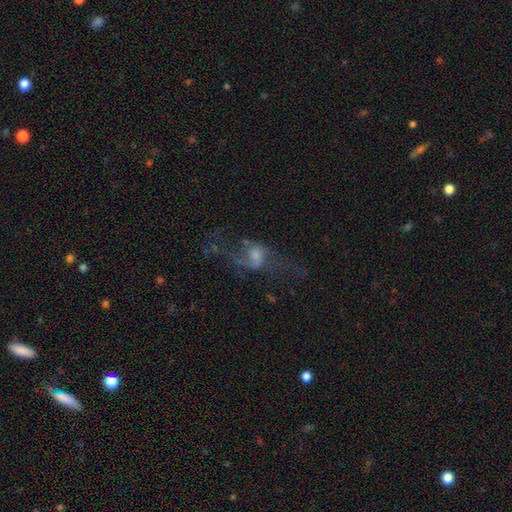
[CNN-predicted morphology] type=featured or disk (62%); edge-on=no (92%); bar=no (53%); spiral arms=yes (65%); bulge=moderate (38%); merging=none (41%).